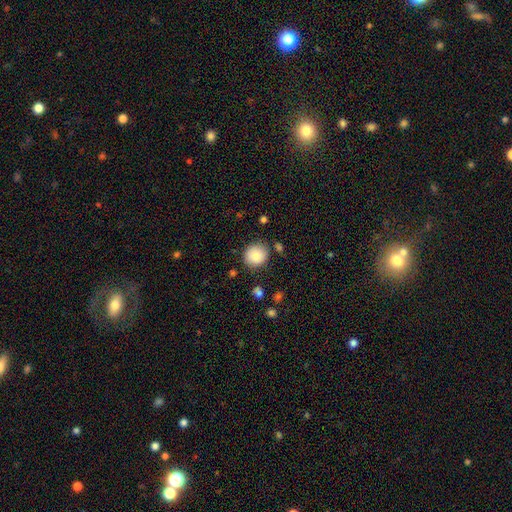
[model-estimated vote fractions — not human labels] smooth 85%, star or artifact 8%, featured or disk 7%. Down the decision tree: how rounded — round (87%); merging — none (83%).